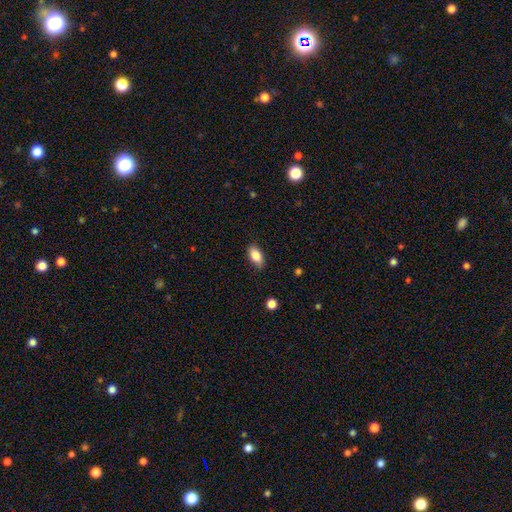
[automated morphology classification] A smooth galaxy with no disk features (85%) that is in between round and cigar-shaped (89%). Merging: none (83%).